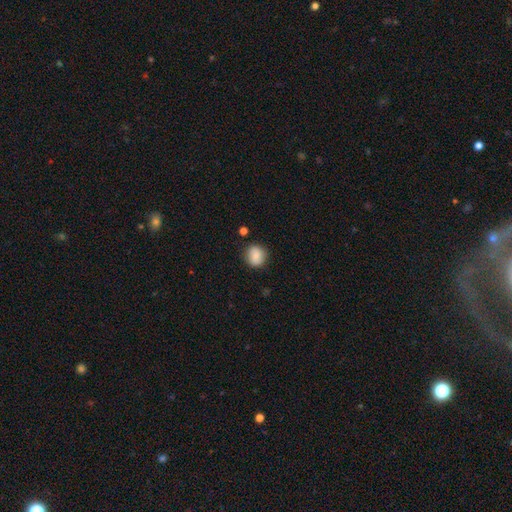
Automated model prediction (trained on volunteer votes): A smooth galaxy with no disk features (86%) that is round (80%). Merging: none (83%).